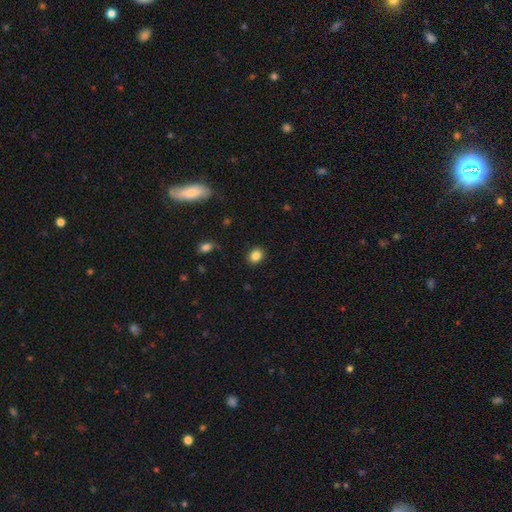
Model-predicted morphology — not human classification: The model was most divided on "how rounded": round: 65%, in between: 34%, cigar-shaped: 1%. More confident: merging — none (89%); smooth or featured — smooth (85%).